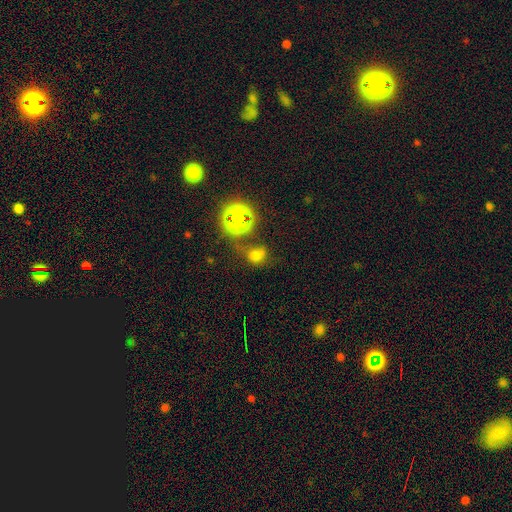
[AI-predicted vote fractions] This appears to be a smooth galaxy with no disk features (60%) that is round (62%). Merging: none (50%).